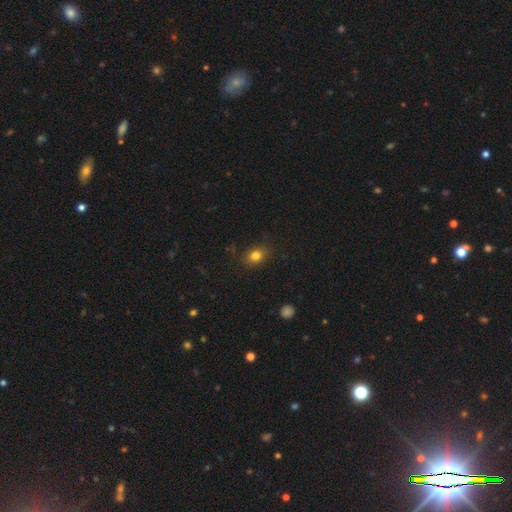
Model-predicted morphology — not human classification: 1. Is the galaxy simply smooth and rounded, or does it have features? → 81% smooth, 12% star or artifact, 7% featured or disk.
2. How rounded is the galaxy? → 53% in between, 46% round, 1% cigar-shaped.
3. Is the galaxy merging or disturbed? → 82% none, 13% minor disturbance, 4% major disturbance, 1% merger.